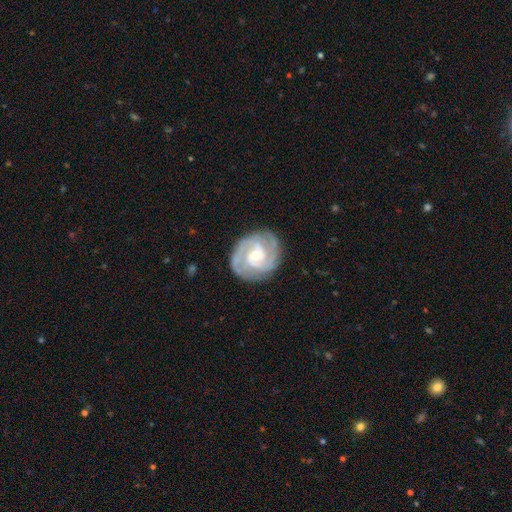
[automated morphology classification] This appears to be a featured or disk galaxy (88%) with no bar (47%), 2 (41%) tight (59%) spiral arms (97%) and a small central bulge (48%). Merging: none (81%).